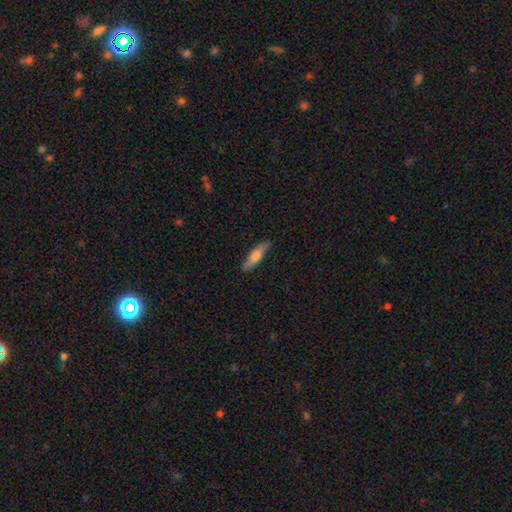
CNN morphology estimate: The model was most divided on "smooth or featured": smooth: 58%, featured or disk: 36%, star or artifact: 6%. More confident: merging — none (85%); how rounded — cigar-shaped (71%).